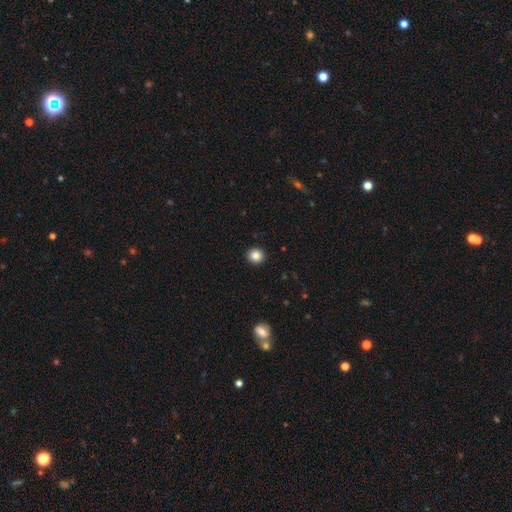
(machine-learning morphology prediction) A smooth galaxy with no disk features (85%) that is round (90%). Merging: none (93%).